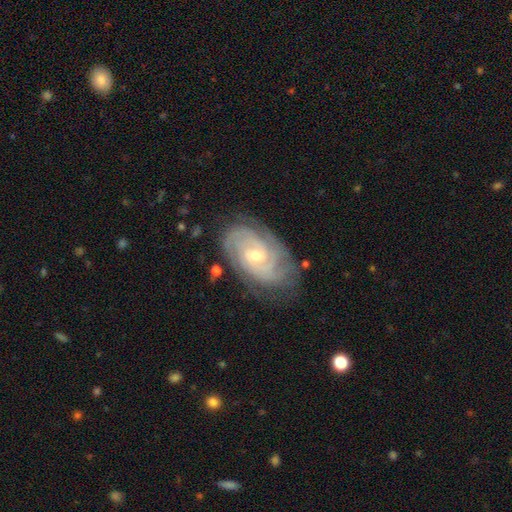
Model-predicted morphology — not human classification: featured or disk 88%, smooth 6%, star or artifact 5%. Down the decision tree: edge-on disk — no (96%); bar — no (52%); spiral arms — yes (97%); spiral arm count — can't tell (26%); spiral winding — tight (77%); bulge size — small (54%); merging — none (77%).